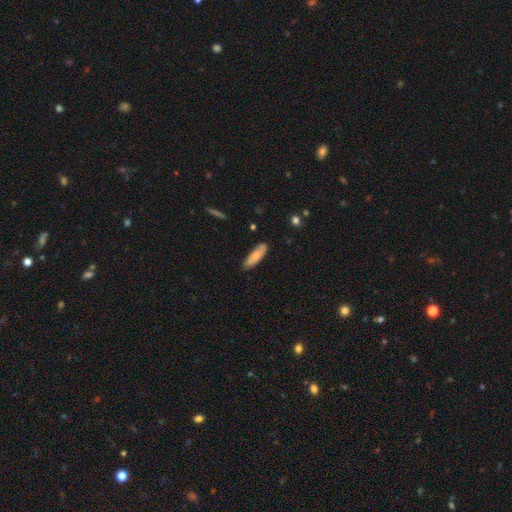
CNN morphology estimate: A smooth galaxy with no disk features (73%) that is in between round and cigar-shaped (49%, tied with cigar-shaped).

Vote fractions:
- Smooth or featured? smooth: 73% / featured or disk: 21% / star or artifact: 6%
- How rounded? in between: 49% (tied) / cigar-shaped: 49% (tied) / round: 2%
- Merging? none: 78% / minor disturbance: 18% / major disturbance: 3% / merger: 2%